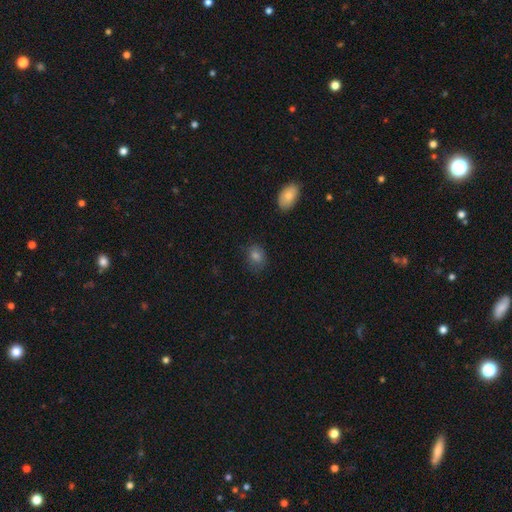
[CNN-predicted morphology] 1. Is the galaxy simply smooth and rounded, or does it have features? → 75% smooth, 15% star or artifact, 10% featured or disk.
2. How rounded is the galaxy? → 52% in between, 47% round, 1% cigar-shaped.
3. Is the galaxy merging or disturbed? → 78% none, 16% minor disturbance, 4% major disturbance, 2% merger.